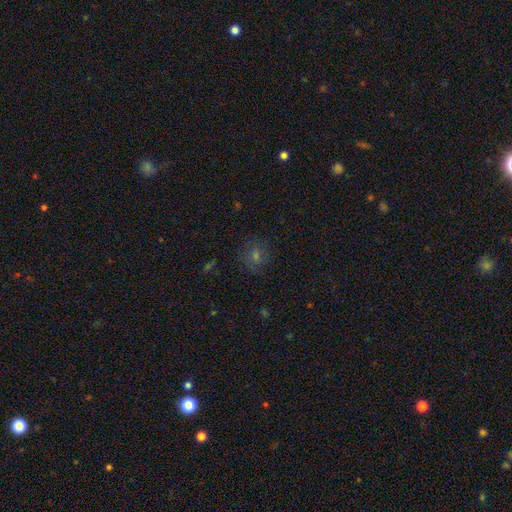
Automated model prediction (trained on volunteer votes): Q: Smooth or featured?
A: smooth (54%); runner-up: star or artifact (31%)
Q: How rounded?
A: round (70%); runner-up: in between (28%)
Q: Merging?
A: none (82%); runner-up: minor disturbance (12%)